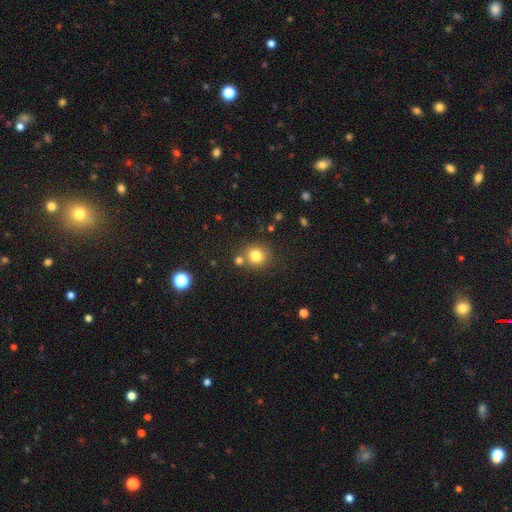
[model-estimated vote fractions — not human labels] Smooth or featured: smooth — 80% (star or artifact — 13%)
How rounded: round — 86% (in between — 13%)
Merging: none — 73% (merger — 14%)